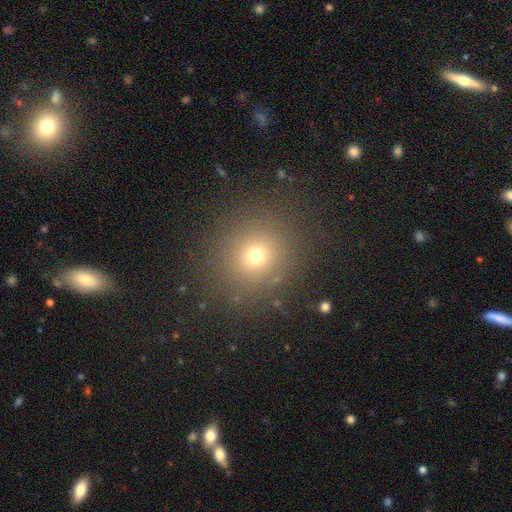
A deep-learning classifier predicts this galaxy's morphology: The model was most divided on "smooth or featured": smooth: 70%, star or artifact: 21%, featured or disk: 9%. More confident: merging — none (87%); how rounded — round (87%).